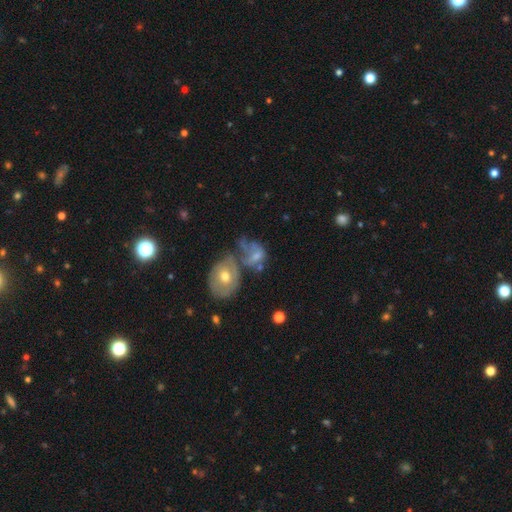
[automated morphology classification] Smooth or featured? Predicted: smooth (p=0.45, tied with featured or disk). Merging? Predicted: merger (p=0.41).